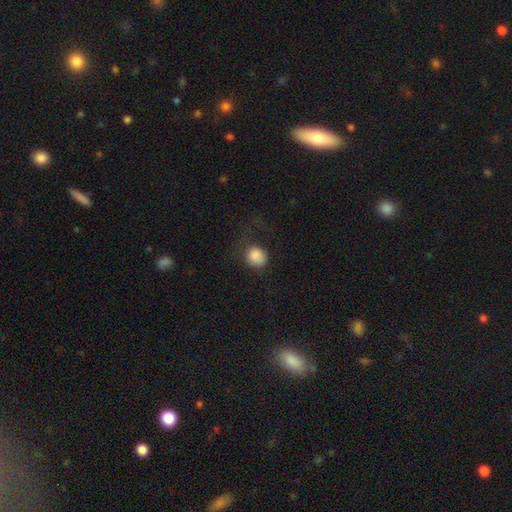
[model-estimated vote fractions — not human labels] Overall: smooth (86%). How rounded: round (78%). Merging: none (55%; major disturbance 22%).